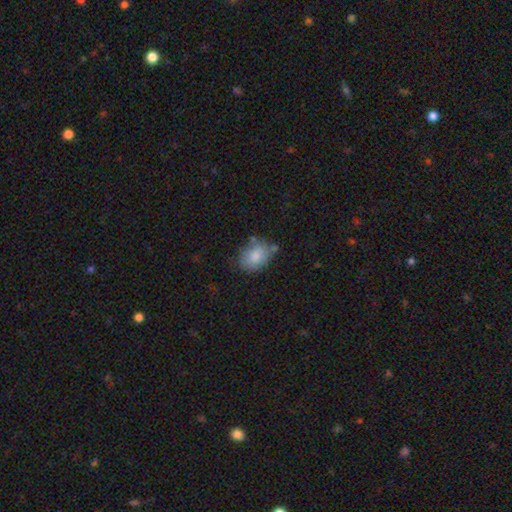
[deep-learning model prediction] Smooth or featured?
  - smooth: 83% *
  - featured or disk: 10%
  - star or artifact: 7%
How rounded?
  - in between: 76% *
  - round: 23%
  - cigar-shaped: 1%
Merging?
  - none: 67% *
  - minor disturbance: 20%
  - merger: 8%
  - major disturbance: 5%